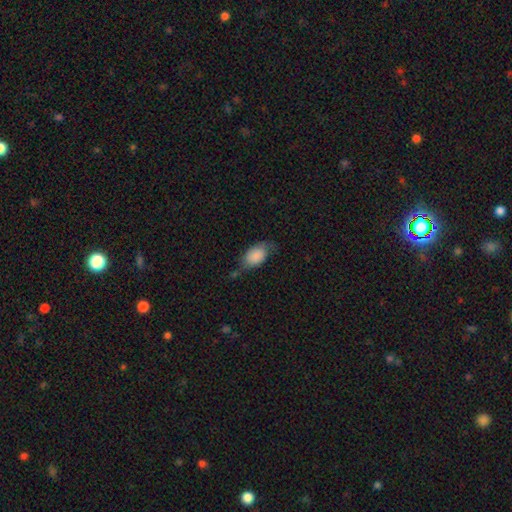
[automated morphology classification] Smooth or featured: smooth — 79% (featured or disk — 13%)
How rounded: in between — 89% (round — 9%)
Merging: none — 48% (minor disturbance — 34%)